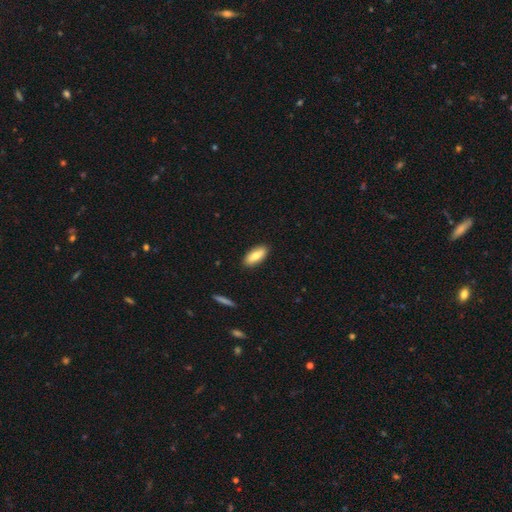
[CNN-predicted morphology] This is likely a smooth galaxy (77%). How rounded: clearly in between (82%). Merging: clearly none (89%).